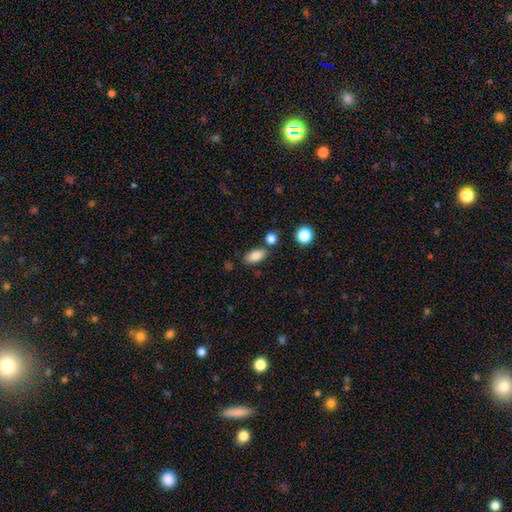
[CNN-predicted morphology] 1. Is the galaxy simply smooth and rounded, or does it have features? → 85% smooth, 9% star or artifact, 6% featured or disk.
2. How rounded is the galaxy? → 87% in between, 7% round, 6% cigar-shaped.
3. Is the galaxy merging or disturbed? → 76% none, 13% minor disturbance, 8% merger, 3% major disturbance.